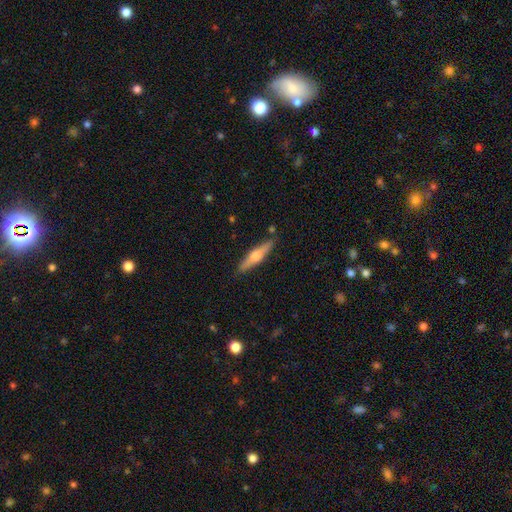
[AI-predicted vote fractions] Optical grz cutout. It shows a featured or disk galaxy (54%) viewed edge-on (95%) with a rounded central bulge (92%). Merging: none (87%).